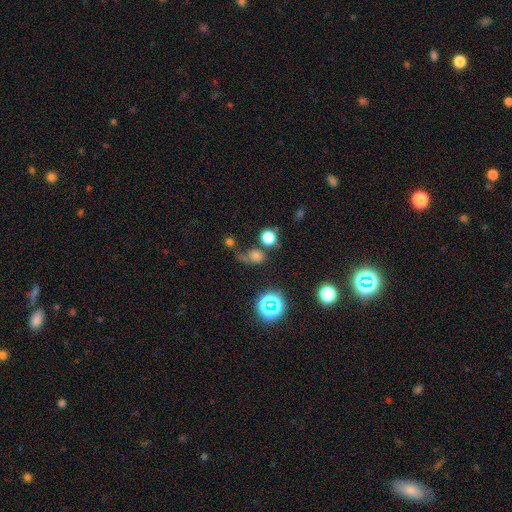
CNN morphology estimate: Overall: smooth (62%; star or artifact 25%). How rounded: round (69%; in between 29%). Merging: none (41%; major disturbance 23%).